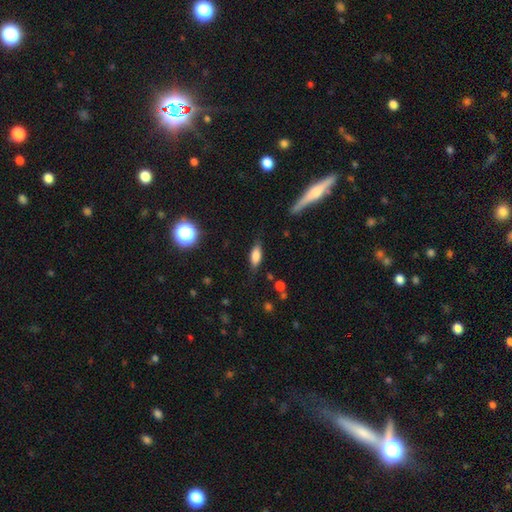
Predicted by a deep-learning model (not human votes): A smooth galaxy with no disk features (74%) that is in between round and cigar-shaped (69%). Merging: none (77%).